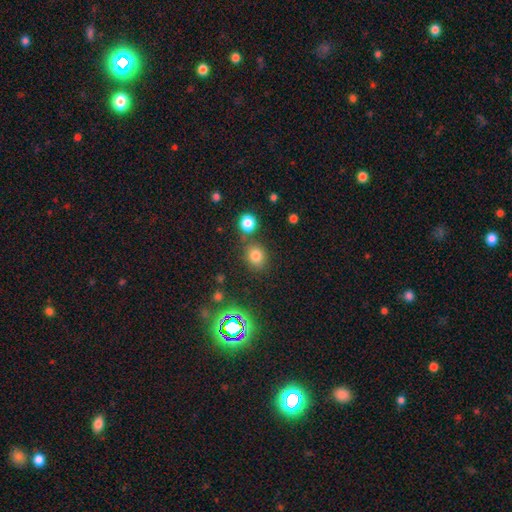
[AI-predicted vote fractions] Smooth or featured? smooth (76%)
How rounded? round (73%)
Merging? none (74%)